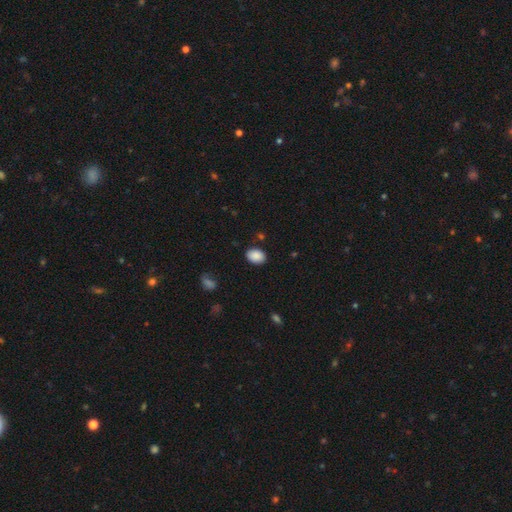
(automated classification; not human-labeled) A smooth galaxy with no disk features (89%) that is in between round and cigar-shaped (76%). Merging: none (85%).